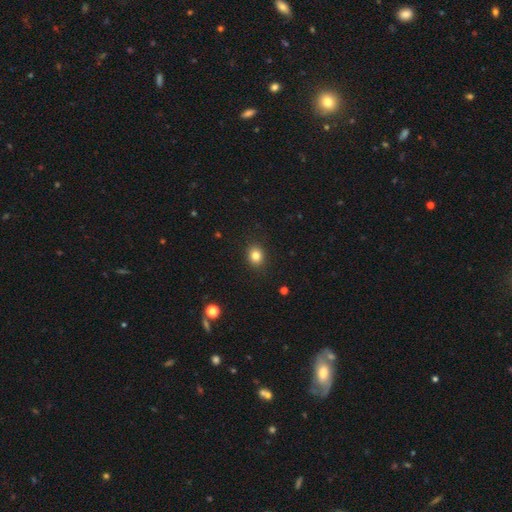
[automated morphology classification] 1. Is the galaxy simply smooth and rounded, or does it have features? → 82% smooth, 12% star or artifact, 6% featured or disk.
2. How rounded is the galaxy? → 66% round, 33% in between, 1% cigar-shaped.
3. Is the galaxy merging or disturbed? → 90% none, 7% minor disturbance, 2% major disturbance, 1% merger.